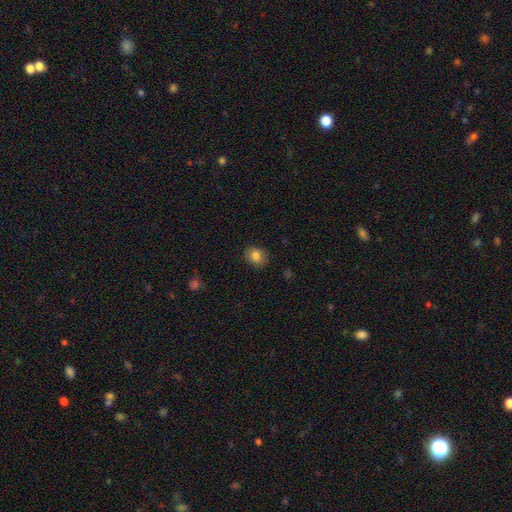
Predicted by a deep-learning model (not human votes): The model was most divided on "how rounded": round: 54%, in between: 45%, cigar-shaped: 1%. More confident: merging — none (86%); smooth or featured — smooth (82%).